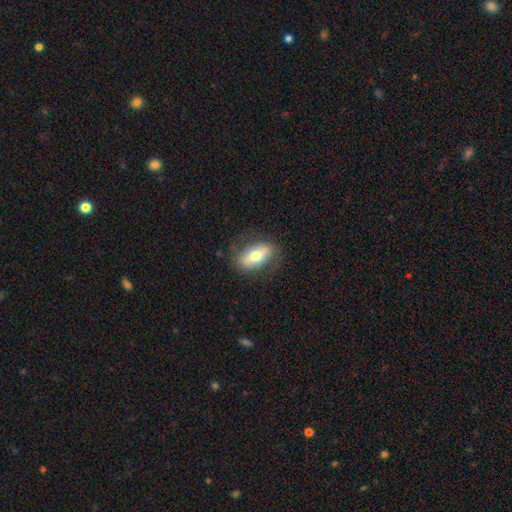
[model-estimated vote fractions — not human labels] Morphology: type=smooth (54%); roundness=in between (84%); merging=none (77%).